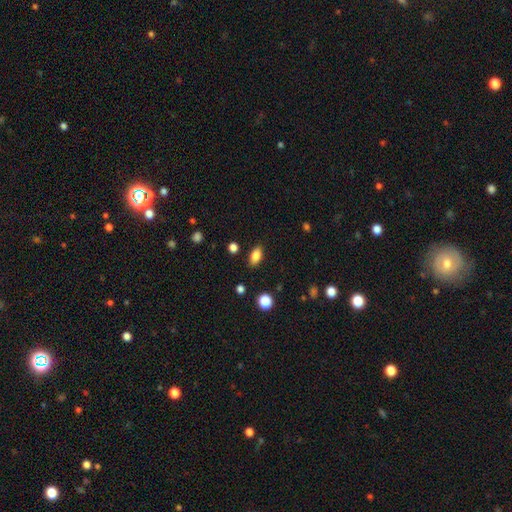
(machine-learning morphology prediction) Smooth or featured: smooth — 84% (star or artifact — 9%)
How rounded: in between — 87% (cigar-shaped — 7%)
Merging: none — 86% (minor disturbance — 10%)